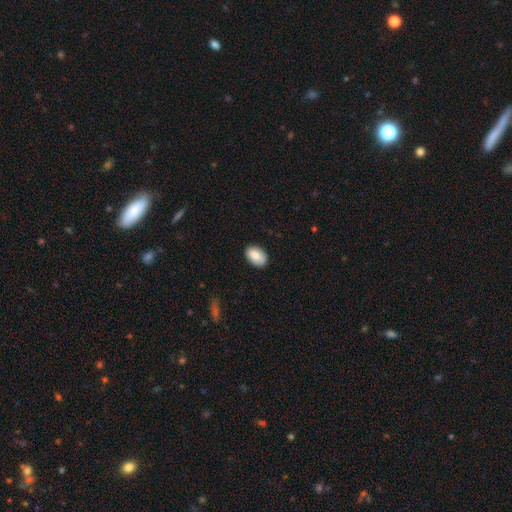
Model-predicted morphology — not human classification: smooth 85%, featured or disk 8%, star or artifact 7%. Down the decision tree: how rounded — in between (89%); merging — none (85%).